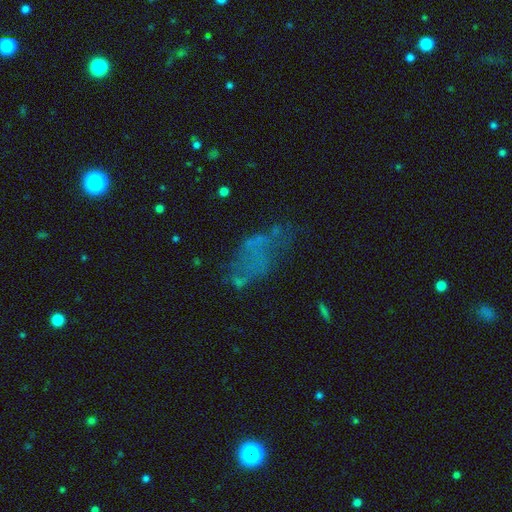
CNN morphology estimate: Q: Smooth or featured?
A: smooth (38%); runner-up: featured or disk (36%)
Q: Merging?
A: none (47%); runner-up: major disturbance (25%)